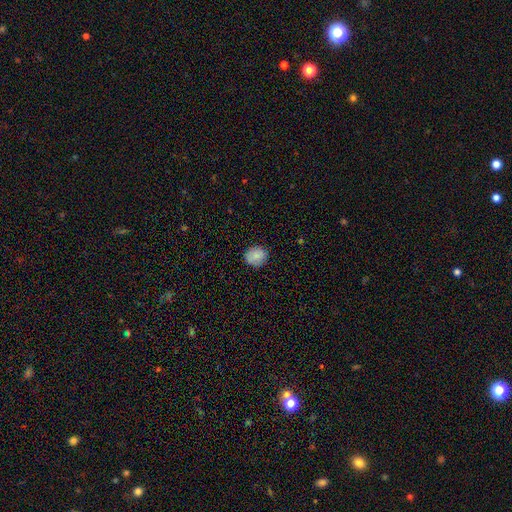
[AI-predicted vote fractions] A smooth galaxy with no disk features (86%) that is round (76%). Merging: none (84%).